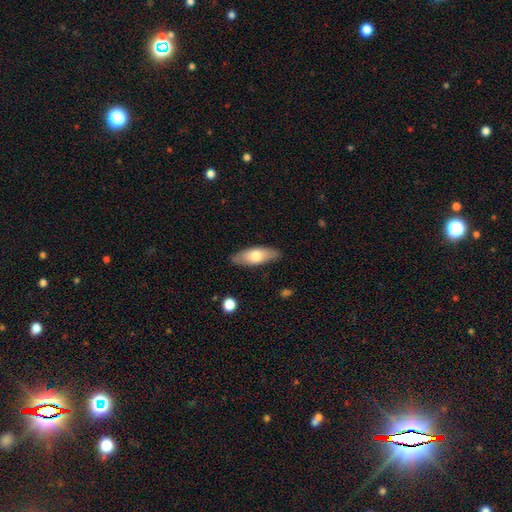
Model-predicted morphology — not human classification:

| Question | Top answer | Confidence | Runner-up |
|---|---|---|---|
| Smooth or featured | smooth | 65% | featured or disk (30%) |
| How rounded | in between | 69% | cigar-shaped (28%) |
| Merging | none | 86% | minor disturbance (11%) |